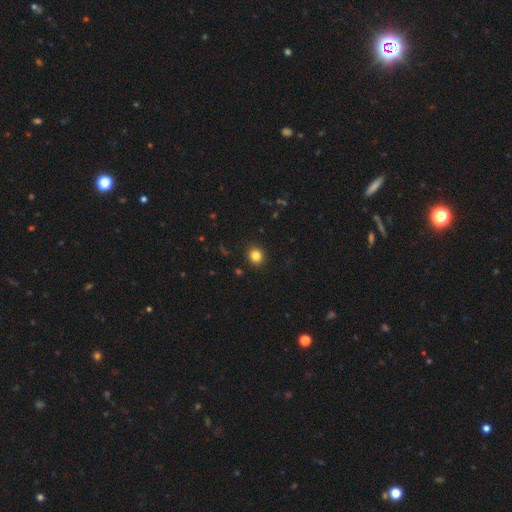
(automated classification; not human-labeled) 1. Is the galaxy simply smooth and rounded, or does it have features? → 83% smooth, 12% star or artifact, 5% featured or disk.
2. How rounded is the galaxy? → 86% round, 13% in between, 1% cigar-shaped.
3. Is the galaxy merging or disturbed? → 92% none, 6% minor disturbance, 2% major disturbance, 1% merger.